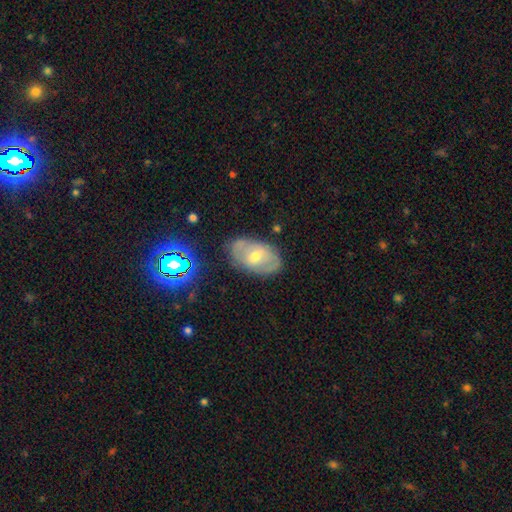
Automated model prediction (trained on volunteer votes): The model was most divided on "spiral arms": yes: 53%, no: 47%. Remaining: edge-on disk — no (92%); merging — none (73%); smooth or featured — featured or disk (54%); bulge size — moderate (54%); bar — weak (45%).